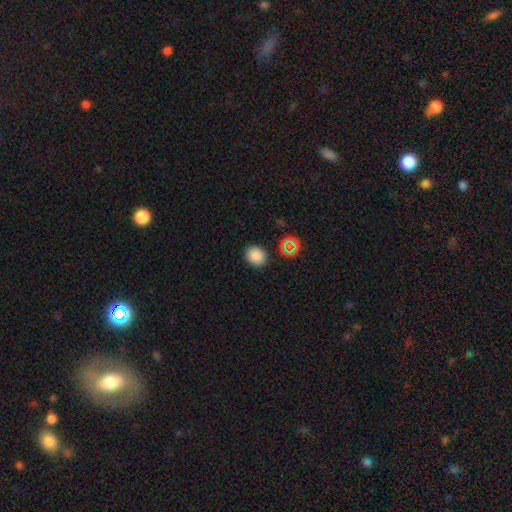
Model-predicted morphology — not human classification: Overall: smooth (82%). How rounded: round (68%; in between 31%). Merging: none (86%).